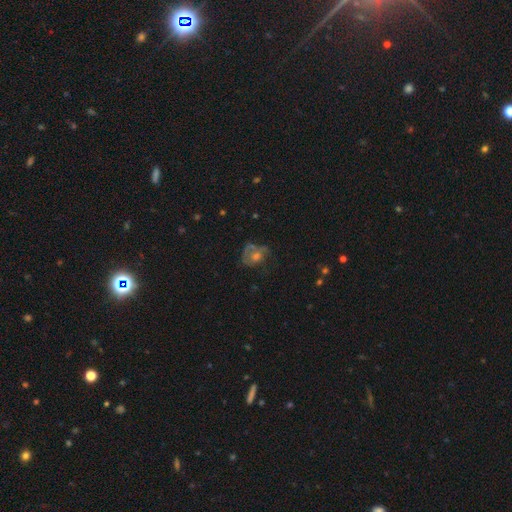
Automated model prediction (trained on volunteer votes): A featured or disk galaxy (48%). Merging: none (43%).